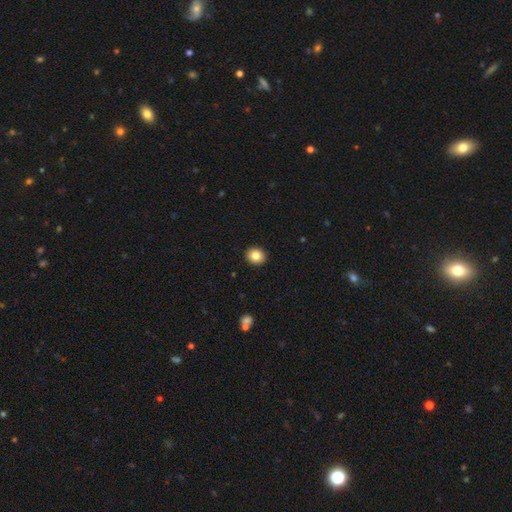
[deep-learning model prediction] Smooth or featured? smooth (83%)
How rounded? round (76%)
Merging? none (92%)